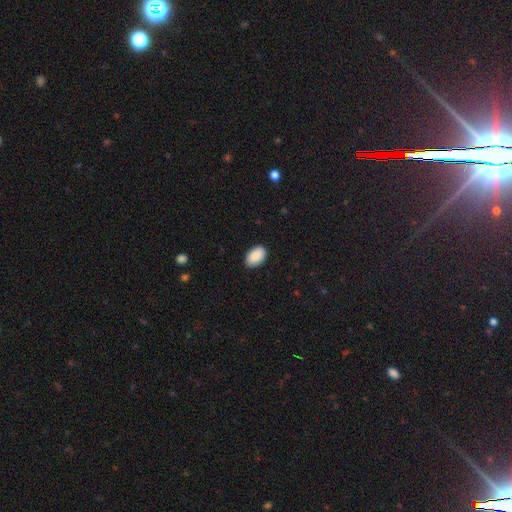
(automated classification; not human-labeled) smooth-or-featured: smooth: 89% | star or artifact: 7% | featured or disk: 5%
  how-rounded: in between: 92% | round: 7% | cigar-shaped: 1%
  merging: none: 88% | minor disturbance: 9% | major disturbance: 2% | merger: 1%